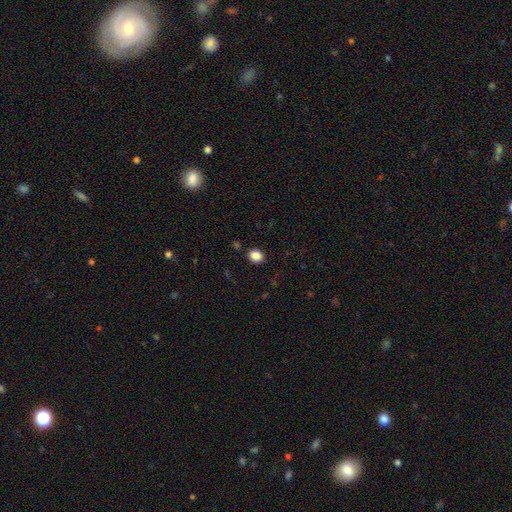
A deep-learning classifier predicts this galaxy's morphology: Smooth or featured?
  - smooth: 86% *
  - star or artifact: 10%
  - featured or disk: 4%
How rounded?
  - round: 63% *
  - in between: 36%
  - cigar-shaped: 1%
Merging?
  - none: 90% *
  - minor disturbance: 7%
  - major disturbance: 2%
  - merger: 2%